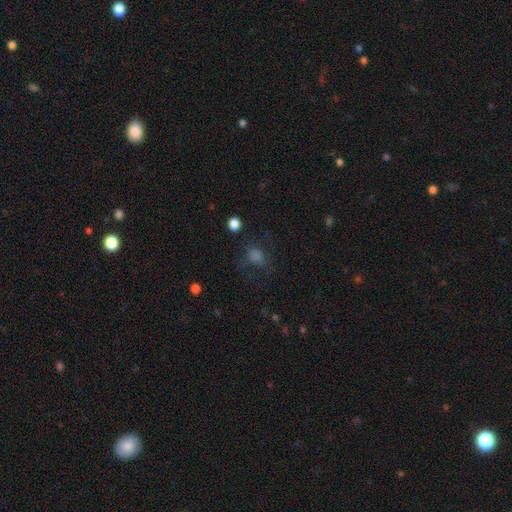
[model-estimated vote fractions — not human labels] Smooth or featured?
  - smooth: 56% *
  - star or artifact: 26%
  - featured or disk: 18%
How rounded?
  - in between: 49% * (tied)
  - round: 49% * (tied)
  - cigar-shaped: 2%
Merging?
  - none: 56% *
  - major disturbance: 23%
  - minor disturbance: 19%
  - merger: 2%